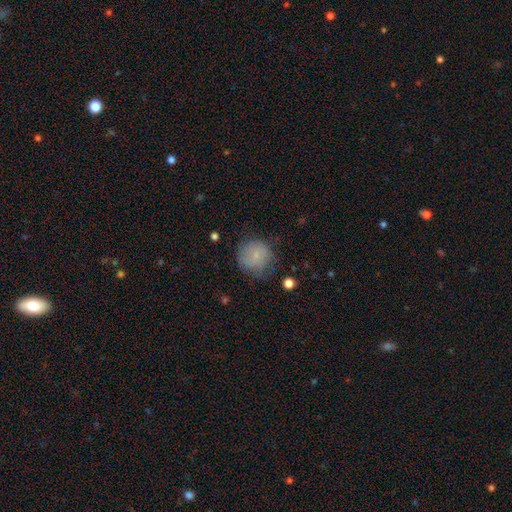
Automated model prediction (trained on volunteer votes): A smooth galaxy with no disk features (78%) that is round (89%). Merging: none (67%).